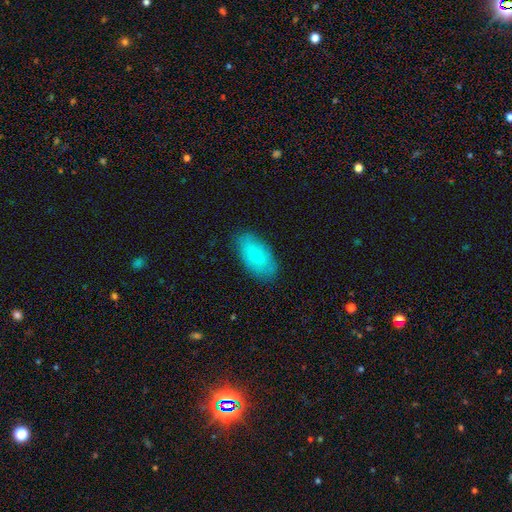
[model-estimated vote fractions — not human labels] This appears to be a smooth galaxy with no disk features (76%) that is in between round and cigar-shaped (93%). Merging: none (80%).